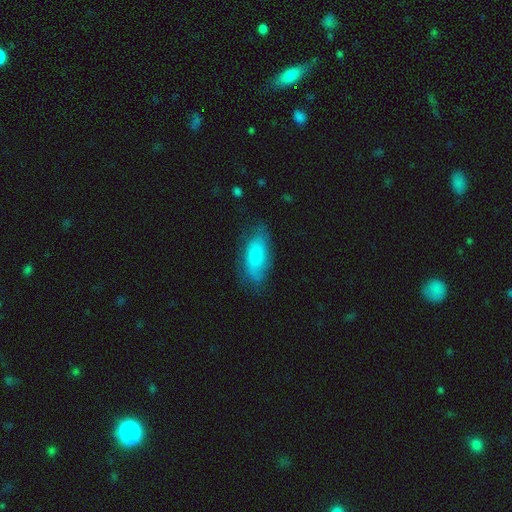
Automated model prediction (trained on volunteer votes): Morphology: type=smooth (60%); roundness=in between (87%); merging=none (67%).